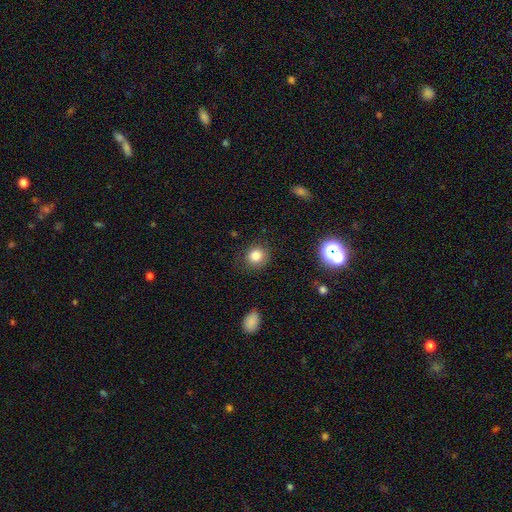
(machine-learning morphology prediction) Q: Smooth or featured?
A: smooth (83%); runner-up: star or artifact (12%)
Q: How rounded?
A: round (84%); runner-up: in between (15%)
Q: Merging?
A: none (83%); runner-up: minor disturbance (12%)